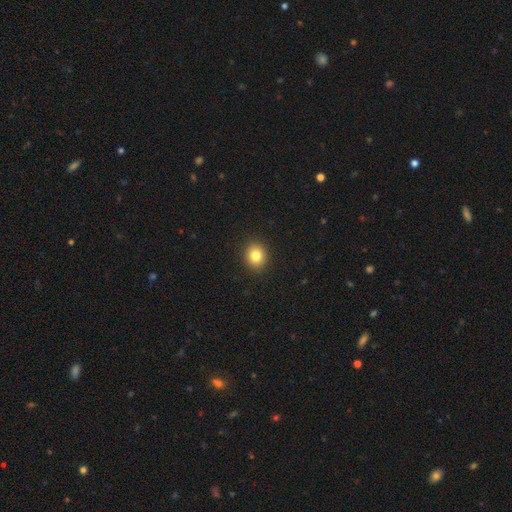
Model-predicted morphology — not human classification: smooth 83%, star or artifact 10%, featured or disk 7%. Down the decision tree: how rounded — round (73%); merging — none (92%).